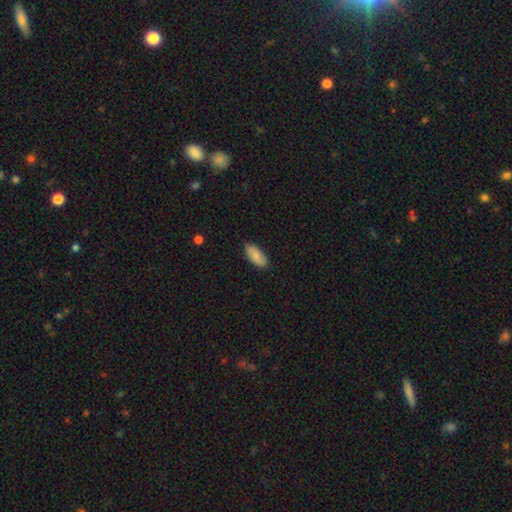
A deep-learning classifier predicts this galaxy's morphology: This is clearly a smooth galaxy (86%). How rounded: clearly in between (89%). Merging: clearly none (85%).